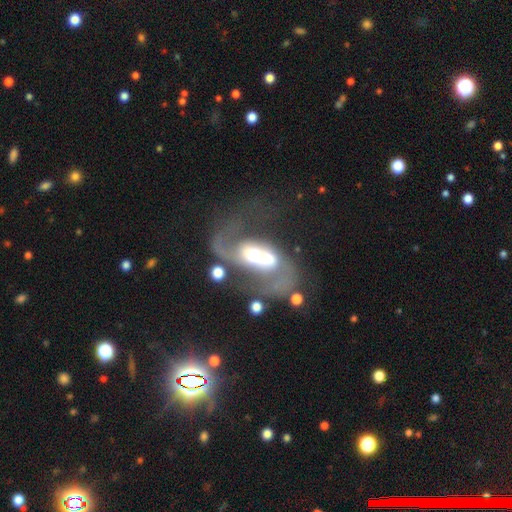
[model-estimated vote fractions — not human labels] Q: Smooth or featured?
A: featured or disk (75%); runner-up: smooth (18%)
Q: Edge-on disk?
A: no (96%); runner-up: yes (4%)
Q: Bar?
A: no (45%); runner-up: weak (33%)
Q: Spiral arms?
A: yes (82%); runner-up: no (18%)
Q: Spiral winding?
A: loose (63%); runner-up: medium (30%)
Q: Spiral arm count?
A: 2 (63%); runner-up: 1 (24%)
Q: Bulge size?
A: moderate (50%); runner-up: large (30%)
Q: Merging?
A: merger (44%); runner-up: major disturbance (31%)